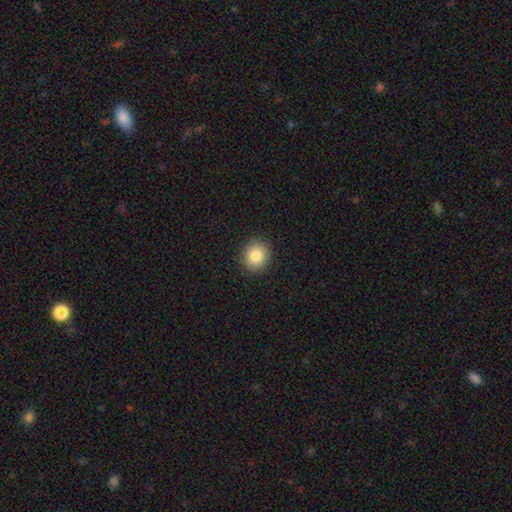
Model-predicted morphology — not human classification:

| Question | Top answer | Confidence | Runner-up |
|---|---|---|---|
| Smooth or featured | smooth | 83% | star or artifact (10%) |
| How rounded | round | 88% | in between (11%) |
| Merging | none | 92% | minor disturbance (6%) |